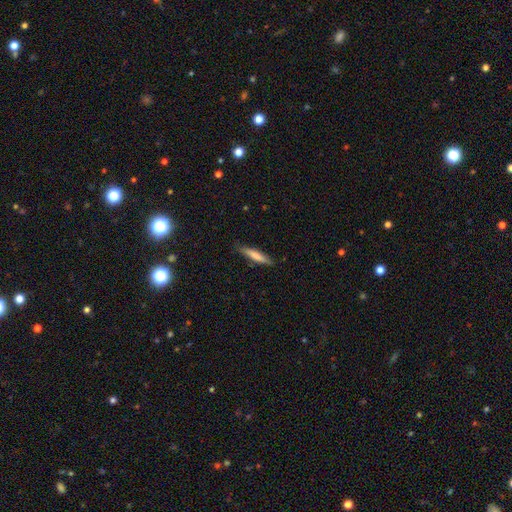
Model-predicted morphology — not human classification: smooth_or_featured: smooth (p=0.73) [alt: featured or disk p=0.21]
how_rounded: cigar-shaped (p=0.89) [alt: in between p=0.10]
merging: none (p=0.85) [alt: minor disturbance p=0.12]